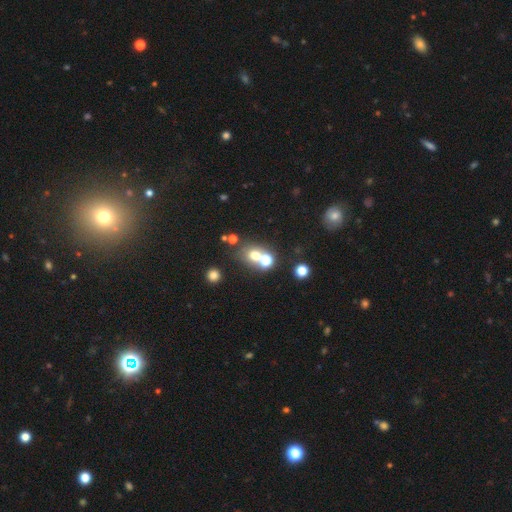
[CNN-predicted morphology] smooth 63%, star or artifact 21%, featured or disk 15%. Down the decision tree: how rounded — round (71%); merging — none (48%).